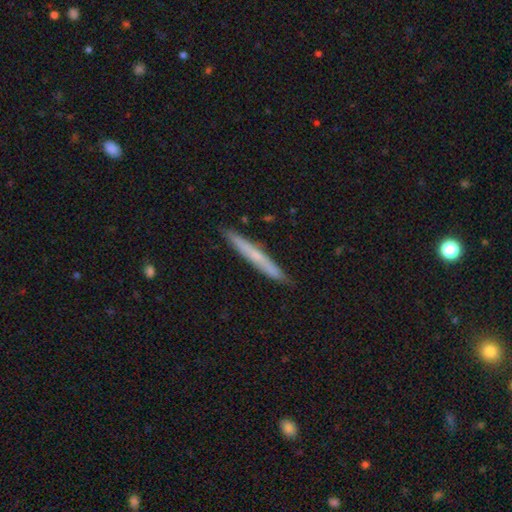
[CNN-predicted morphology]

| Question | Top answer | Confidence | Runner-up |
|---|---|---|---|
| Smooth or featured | smooth | 48% | featured or disk (46%) |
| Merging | none | 91% | minor disturbance (7%) |